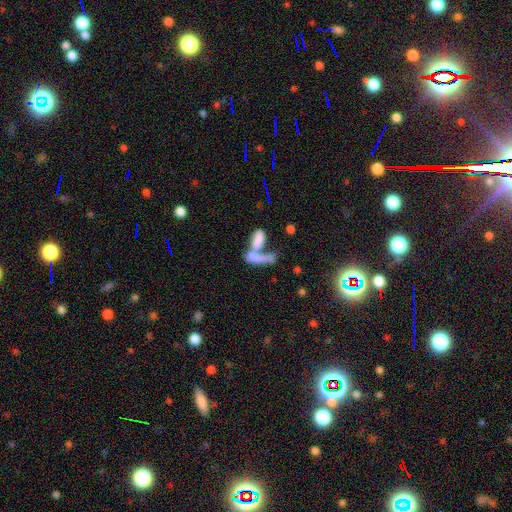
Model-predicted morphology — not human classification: The model was most divided on "how rounded": in between: 56%, cigar-shaped: 39%, round: 5%. More confident: merging — merger (69%); smooth or featured — smooth (65%).